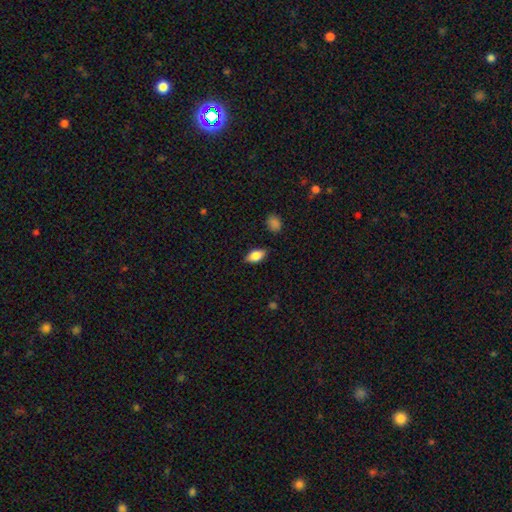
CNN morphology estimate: Smooth or featured? smooth (83%)
How rounded? in between (90%)
Merging? none (83%)